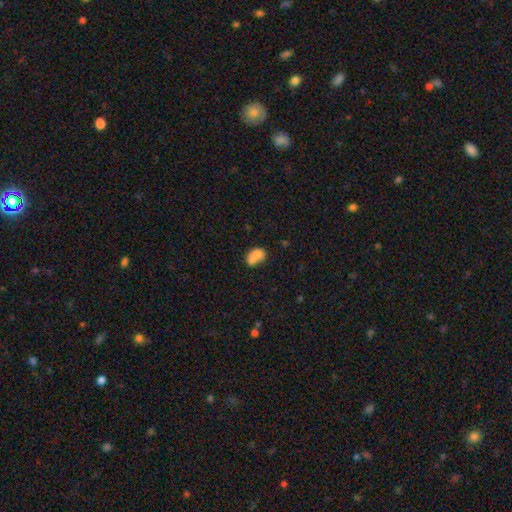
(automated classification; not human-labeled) Morphology: type=smooth (73%); roundness=in between (59%); merging=merger (60%).